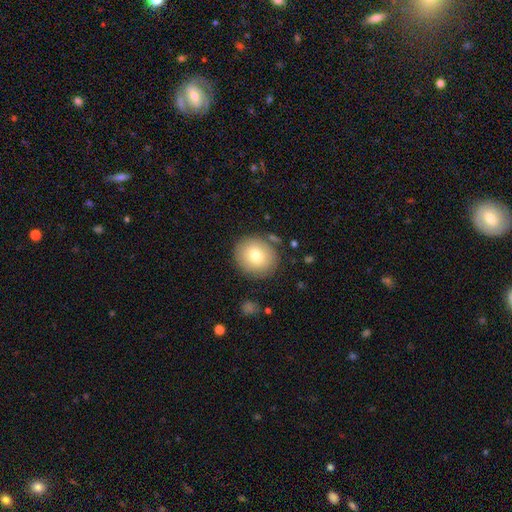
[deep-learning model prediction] Q: Smooth or featured?
A: smooth (76%); runner-up: featured or disk (15%)
Q: How rounded?
A: round (81%); runner-up: in between (18%)
Q: Merging?
A: none (82%); runner-up: minor disturbance (11%)